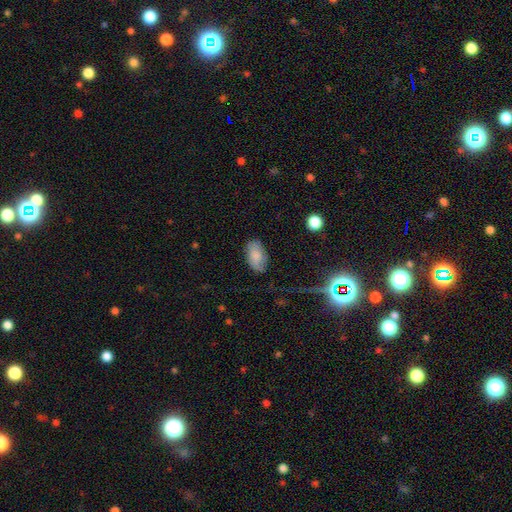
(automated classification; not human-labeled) This is likely a smooth galaxy (77%). How rounded: clearly in between (93%). Merging: likely none (75%).